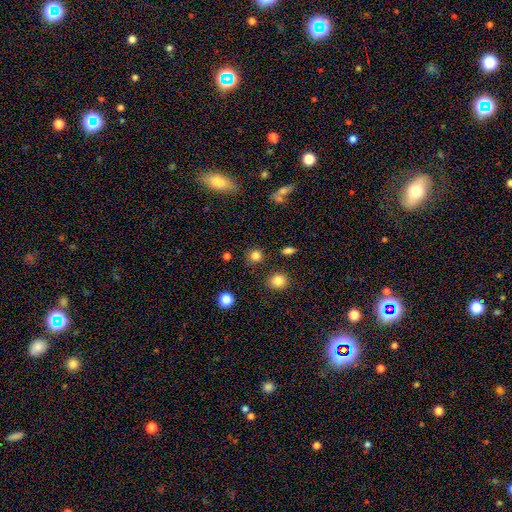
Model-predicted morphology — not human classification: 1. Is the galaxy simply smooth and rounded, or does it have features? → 82% smooth, 13% star or artifact, 5% featured or disk.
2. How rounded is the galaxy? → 88% round, 11% in between, 1% cigar-shaped.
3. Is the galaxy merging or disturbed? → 85% none, 8% minor disturbance, 4% merger, 3% major disturbance.